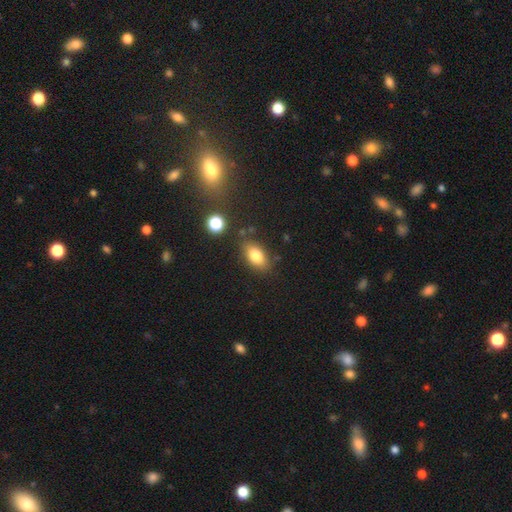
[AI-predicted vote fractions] Smooth or featured?
  - smooth: 80% *
  - featured or disk: 11%
  - star or artifact: 9%
How rounded?
  - in between: 87% *
  - round: 9%
  - cigar-shaped: 5%
Merging?
  - none: 79% *
  - minor disturbance: 13%
  - merger: 5%
  - major disturbance: 4%